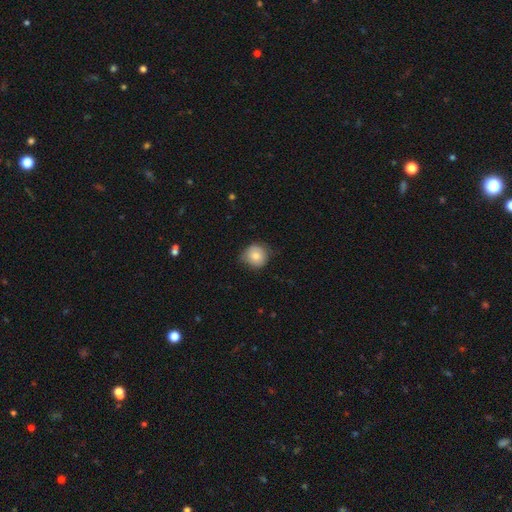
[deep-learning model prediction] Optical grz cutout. It shows a smooth galaxy with no disk features (78%) that is round (89%). Merging: none (72%).